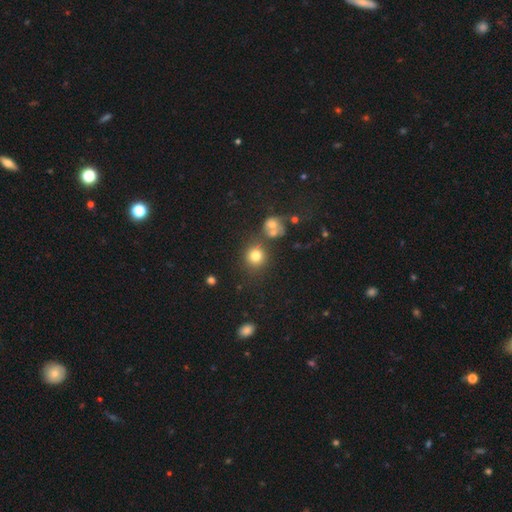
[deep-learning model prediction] Overall: smooth (77%). How rounded: round (88%). Merging: none (73%).